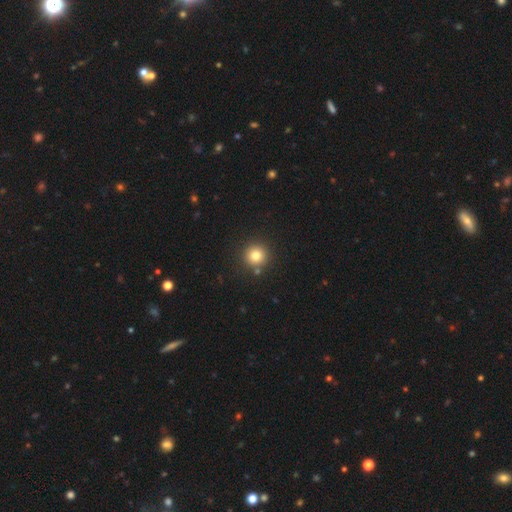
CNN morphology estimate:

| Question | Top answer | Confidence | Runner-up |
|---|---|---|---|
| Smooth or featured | smooth | 80% | star or artifact (13%) |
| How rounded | round | 95% | in between (4%) |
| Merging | none | 86% | minor disturbance (7%) |